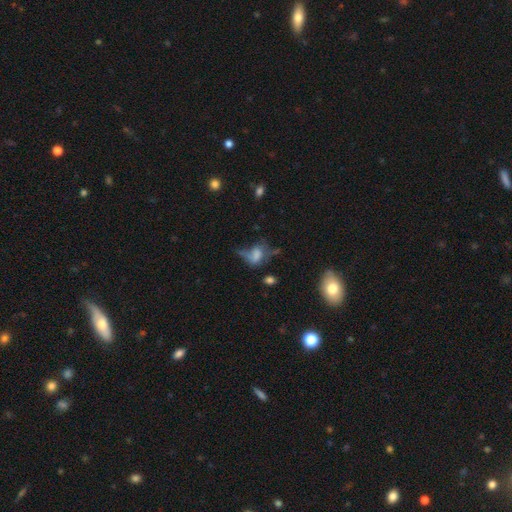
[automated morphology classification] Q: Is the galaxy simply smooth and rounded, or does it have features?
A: smooth — 49%.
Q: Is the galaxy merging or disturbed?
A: major disturbance — 40%.